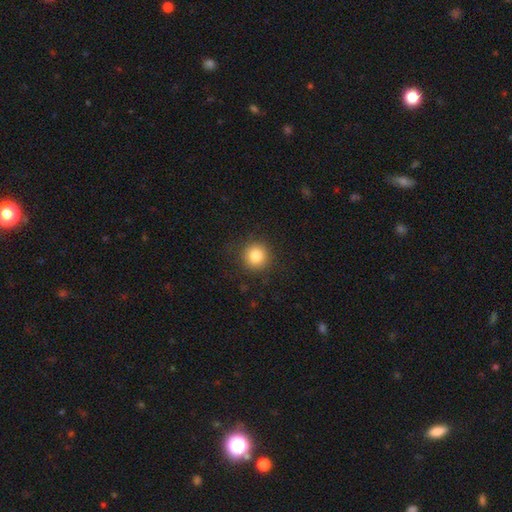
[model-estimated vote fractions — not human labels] Smooth or featured? smooth (84%)
How rounded? round (94%)
Merging? none (90%)